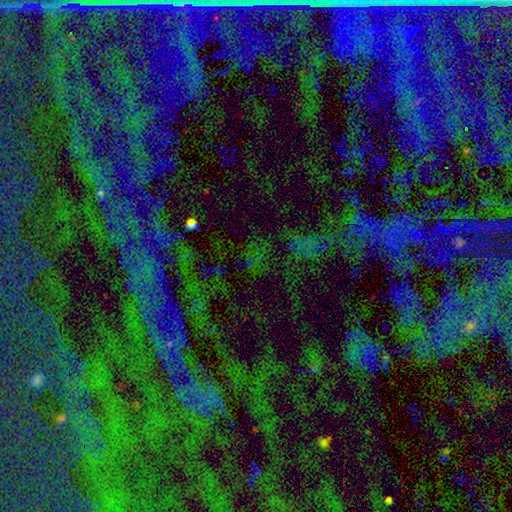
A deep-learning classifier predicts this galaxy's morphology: This is likely a star or artifact rather than a galaxy (67%).